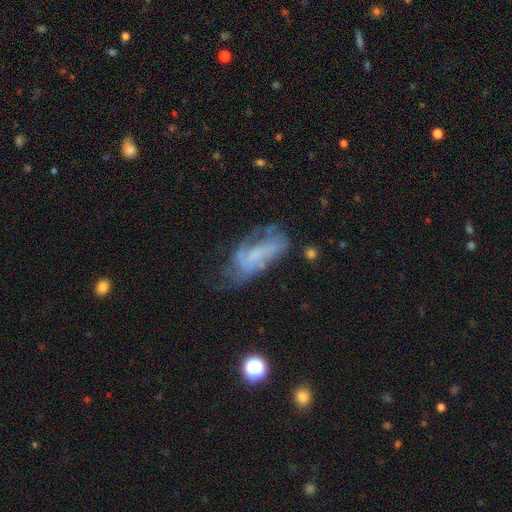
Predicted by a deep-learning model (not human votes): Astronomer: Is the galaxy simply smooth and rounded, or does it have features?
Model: featured or disk — 59%.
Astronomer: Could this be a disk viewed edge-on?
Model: no — 92%.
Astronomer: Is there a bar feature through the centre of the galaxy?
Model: no — 60%.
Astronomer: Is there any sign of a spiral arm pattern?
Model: yes — 59% (runner-up: no, 41%).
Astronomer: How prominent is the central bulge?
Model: none — 50% (runner-up: small, 30%).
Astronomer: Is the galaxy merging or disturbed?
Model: none — 35% (runner-up: major disturbance, 33%).